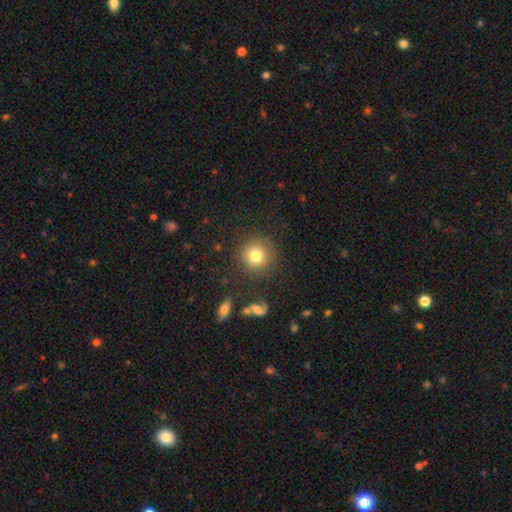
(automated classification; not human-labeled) This appears to be a smooth galaxy with no disk features (79%) that is round (92%). Merging: none (85%).